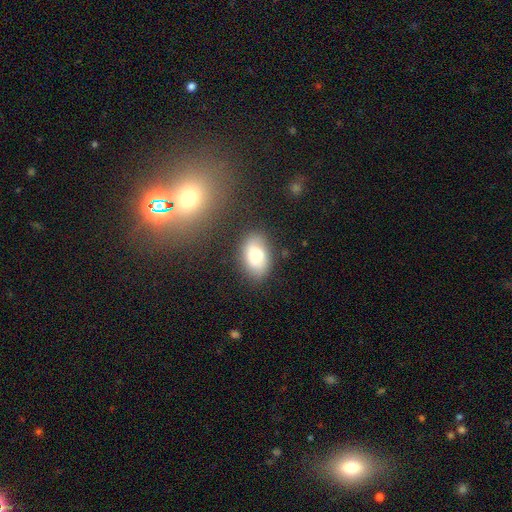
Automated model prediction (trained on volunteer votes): Overall: smooth (74%). How rounded: in between (89%). Merging: none (76%).